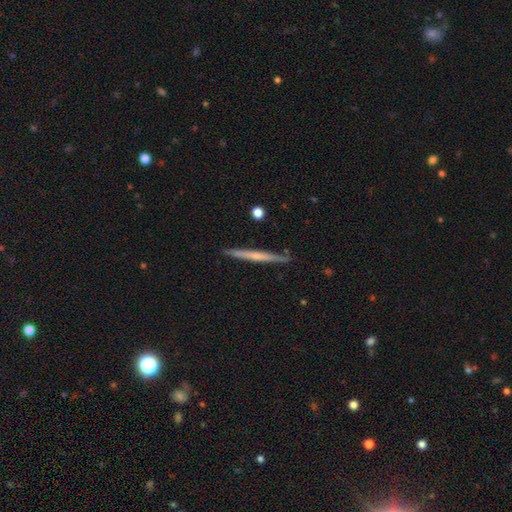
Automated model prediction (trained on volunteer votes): featured or disk 55%, smooth 39%, star or artifact 6%. Down the decision tree: edge-on disk — yes (97%); edge-on bulge — none (68%); merging — none (91%).